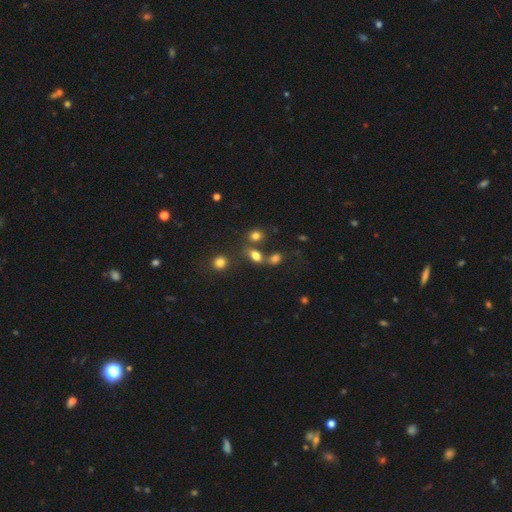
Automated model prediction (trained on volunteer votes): Smooth or featured? Predicted: smooth (p=0.75). How rounded? Predicted: in between (p=0.73). Merging? Predicted: none (p=0.47).